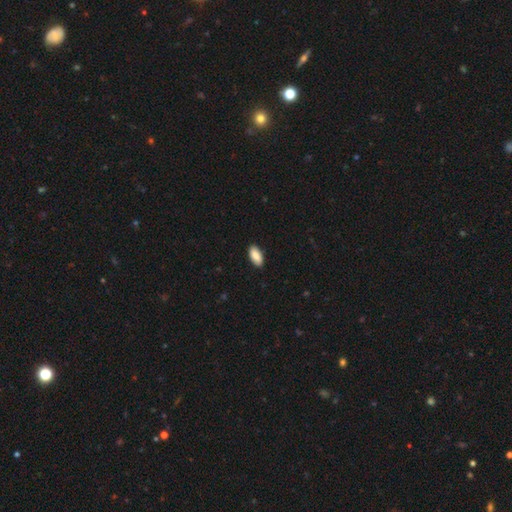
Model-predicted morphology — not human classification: smooth_or_featured: smooth (p=0.89) [alt: star or artifact p=0.06]
how_rounded: in between (p=0.92) [alt: cigar-shaped p=0.06]
merging: none (p=0.88) [alt: minor disturbance p=0.09]